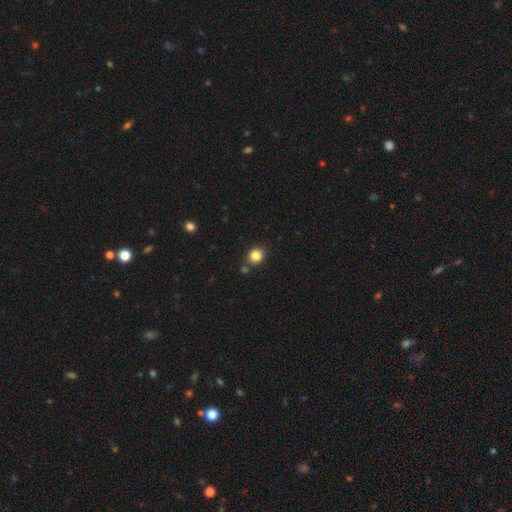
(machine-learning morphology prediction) This is clearly a smooth galaxy (84%). How rounded: likely round (78%). Merging: clearly none (81%).